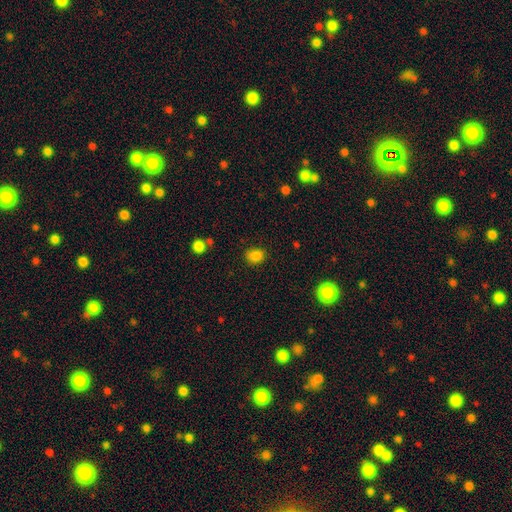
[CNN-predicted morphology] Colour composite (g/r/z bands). It shows a smooth galaxy with no disk features (83%) that is round (55%). Merging: none (79%).